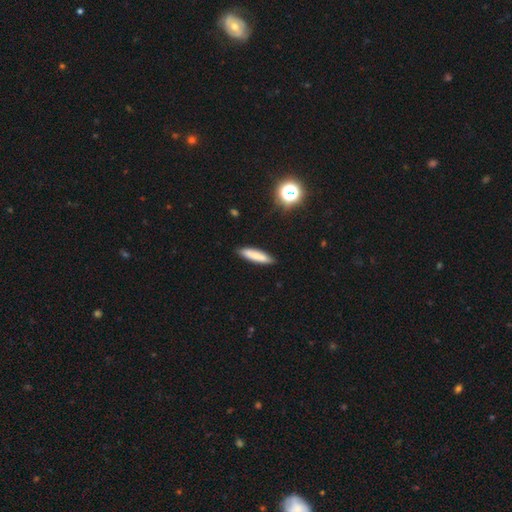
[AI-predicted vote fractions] Q: Smooth or featured?
A: smooth (78%); runner-up: featured or disk (14%)
Q: How rounded?
A: cigar-shaped (79%); runner-up: in between (19%)
Q: Merging?
A: none (87%); runner-up: minor disturbance (9%)